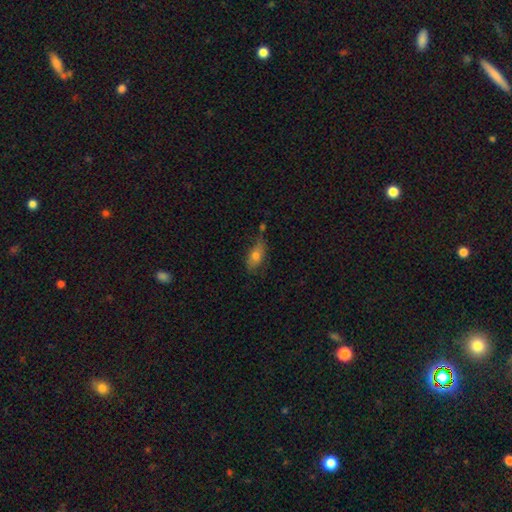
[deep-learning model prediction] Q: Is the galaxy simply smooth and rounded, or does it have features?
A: smooth — 72%.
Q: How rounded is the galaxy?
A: in between — 83%.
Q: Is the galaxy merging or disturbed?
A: none — 51%.